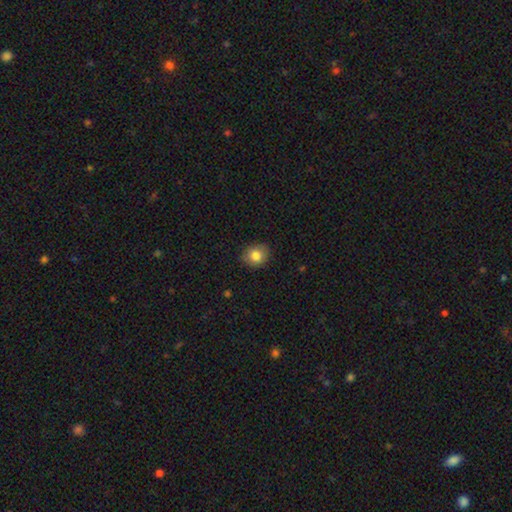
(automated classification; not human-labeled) Smooth or featured: smooth — 83% (star or artifact — 10%)
How rounded: round — 70% (in between — 29%)
Merging: none — 86% (minor disturbance — 10%)